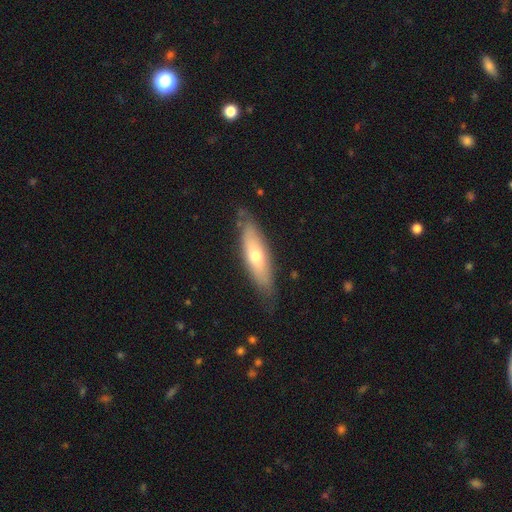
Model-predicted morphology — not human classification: Smooth or featured?
  - smooth: 49% *
  - featured or disk: 45%
  - star or artifact: 6%
Merging?
  - none: 76% *
  - minor disturbance: 19%
  - major disturbance: 4%
  - merger: 1%